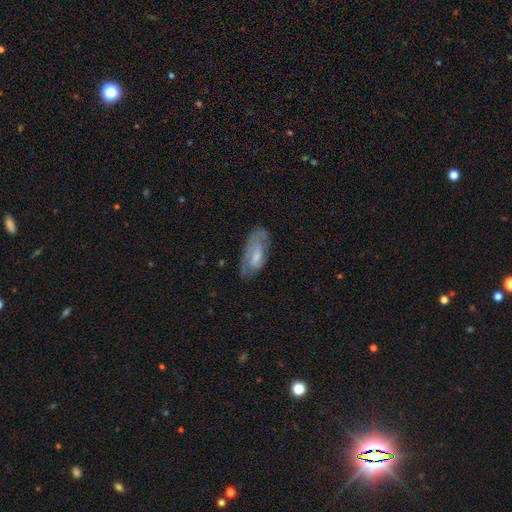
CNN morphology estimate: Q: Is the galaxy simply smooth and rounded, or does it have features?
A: smooth — 48%.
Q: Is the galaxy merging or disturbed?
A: none — 55%.